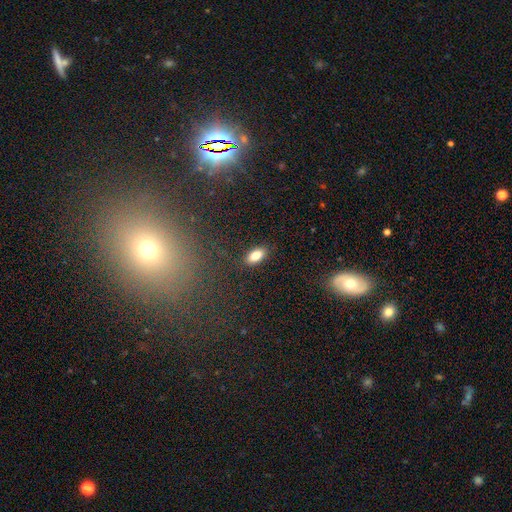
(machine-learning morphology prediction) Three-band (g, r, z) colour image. It shows a smooth galaxy with no disk features (82%) that is in between round and cigar-shaped (89%). Merging: none (87%).